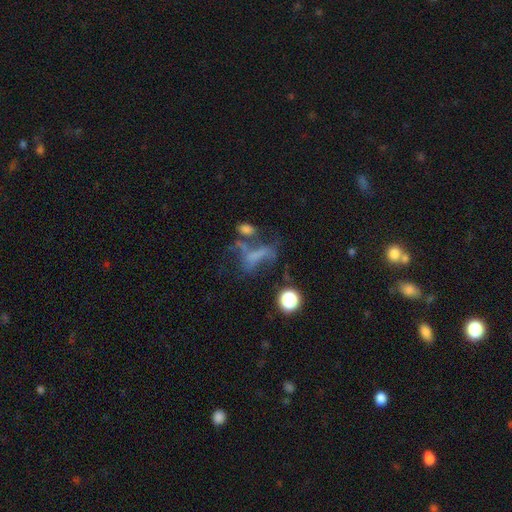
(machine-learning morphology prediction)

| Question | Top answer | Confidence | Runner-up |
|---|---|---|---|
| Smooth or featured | smooth | 40% | featured or disk (36%) |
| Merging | major disturbance | 32% | none (29%) |